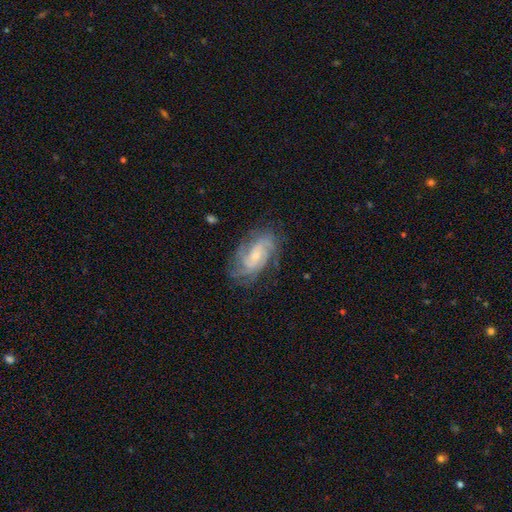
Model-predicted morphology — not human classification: A featured or disk galaxy (86%) with no bar (62%), tight (57%) spiral arms (97%) and a small central bulge (66%). Merging: none (75%).